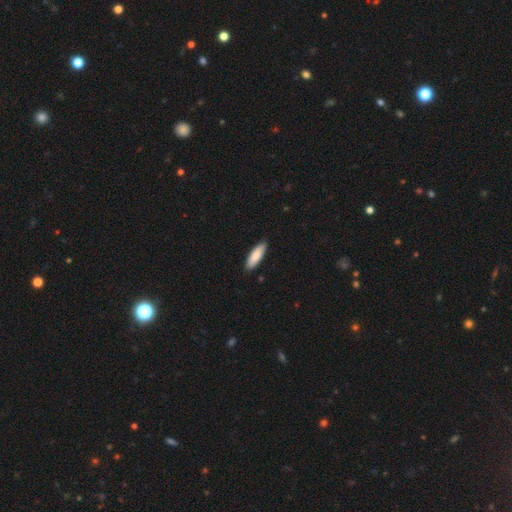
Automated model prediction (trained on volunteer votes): smooth_or_featured: smooth (p=0.85) [alt: featured or disk p=0.10]
how_rounded: in between (p=0.52) [alt: cigar-shaped p=0.47]
merging: none (p=0.89) [alt: minor disturbance p=0.09]